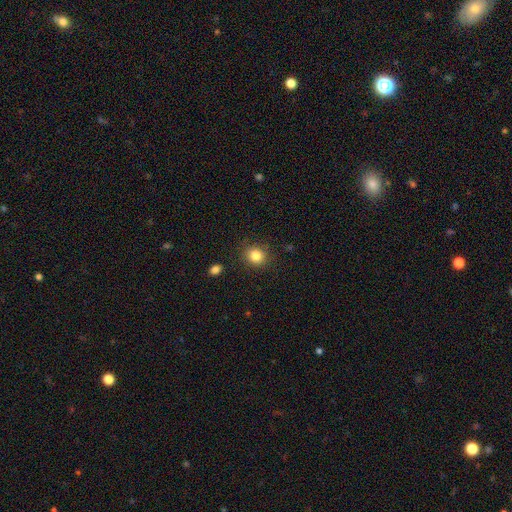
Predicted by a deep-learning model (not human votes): smooth-or-featured: smooth: 84% | star or artifact: 11% | featured or disk: 5%
  how-rounded: round: 79% | in between: 20% | cigar-shaped: 1%
  merging: none: 88% | minor disturbance: 8% | major disturbance: 3% | merger: 2%